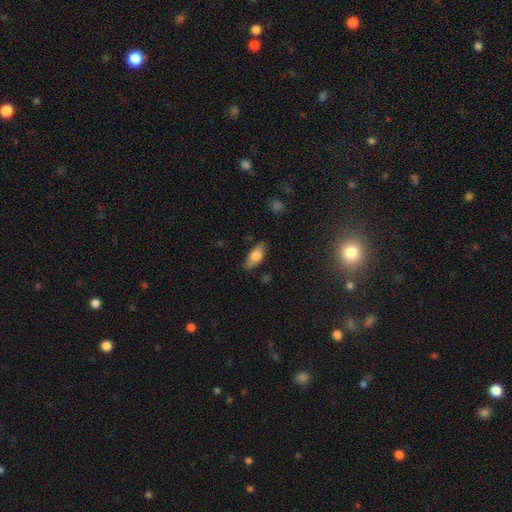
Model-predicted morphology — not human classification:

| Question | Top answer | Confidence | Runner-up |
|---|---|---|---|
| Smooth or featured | smooth | 77% | featured or disk (16%) |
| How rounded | in between | 85% | cigar-shaped (12%) |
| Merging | none | 80% | minor disturbance (15%) |